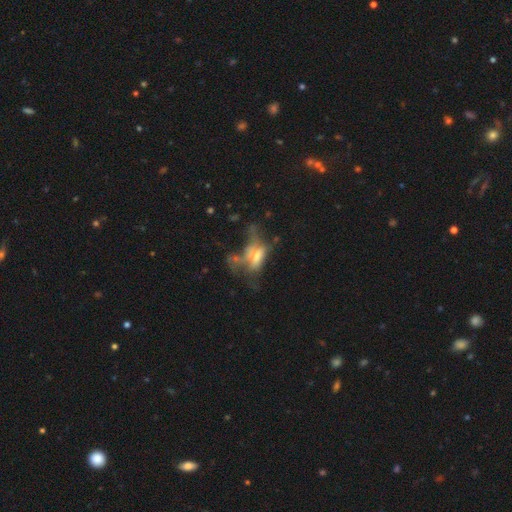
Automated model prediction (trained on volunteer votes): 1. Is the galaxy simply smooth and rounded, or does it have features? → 45% featured or disk, 40% smooth, 15% star or artifact.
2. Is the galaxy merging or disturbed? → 44% major disturbance, 21% none, 20% merger, 14% minor disturbance.